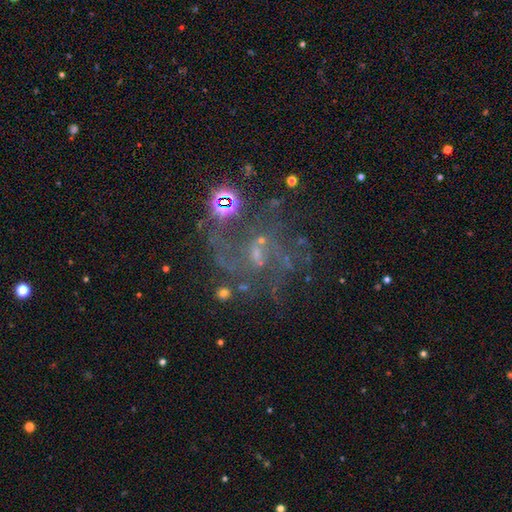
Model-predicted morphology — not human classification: smooth-or-featured: featured or disk: 73% | star or artifact: 19% | smooth: 8%
  disk-edge-on: no: 98% | yes: 2%
    bar: weak: 44% | no: 43% | strong: 13%
    has-spiral-arms: yes: 80% | no: 20%
      spiral-winding: medium: 46% | loose: 34% | tight: 20%
      spiral-arm-count: 2: 38% | can't tell: 31% | 3: 13% | 1: 7% | 4: 6% | more than 4: 5%
    bulge-size: small: 53% | none: 29% | moderate: 15% | large: 2% | dominant: 1%
  merging: none: 50% | major disturbance: 24% | minor disturbance: 16% | merger: 10%